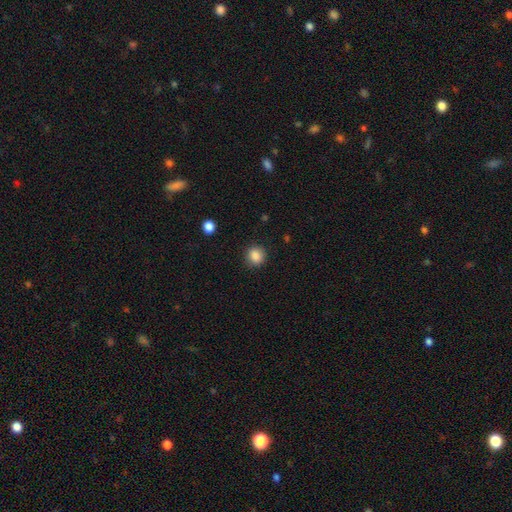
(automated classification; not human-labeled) Smooth or featured?
  - smooth: 86% *
  - star or artifact: 10%
  - featured or disk: 4%
How rounded?
  - round: 82% *
  - in between: 17%
  - cigar-shaped: 1%
Merging?
  - none: 88% *
  - minor disturbance: 9%
  - major disturbance: 3%
  - merger: 1%